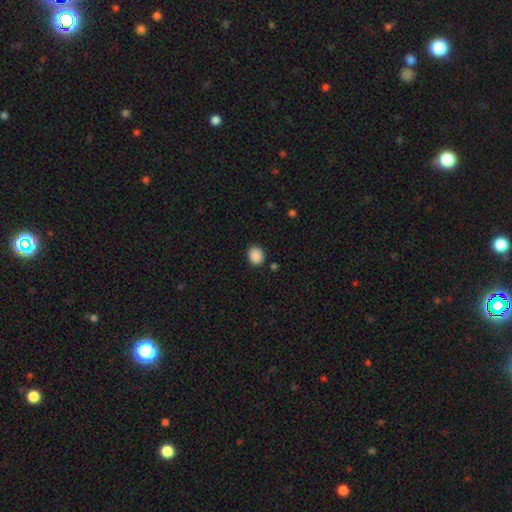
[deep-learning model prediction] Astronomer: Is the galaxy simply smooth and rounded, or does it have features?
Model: smooth — 89%.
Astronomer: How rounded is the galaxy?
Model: round — 68%.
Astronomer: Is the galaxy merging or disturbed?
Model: none — 87%.